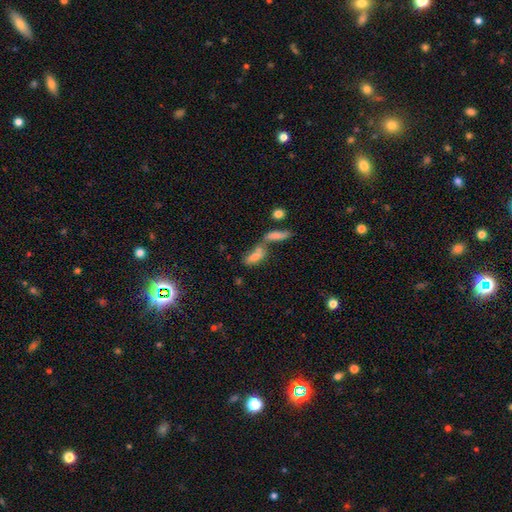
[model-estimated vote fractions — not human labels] A smooth galaxy with no disk features (73%) that is in between round and cigar-shaped (67%). Merging: merger (58%).